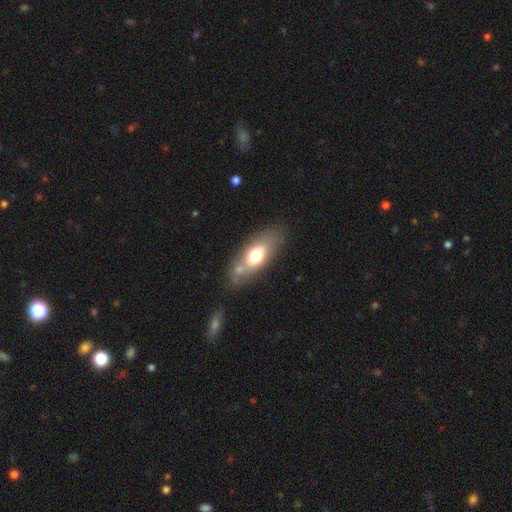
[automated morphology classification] Smooth or featured? smooth (63%)
How rounded? in between (74%)
Merging? none (66%)